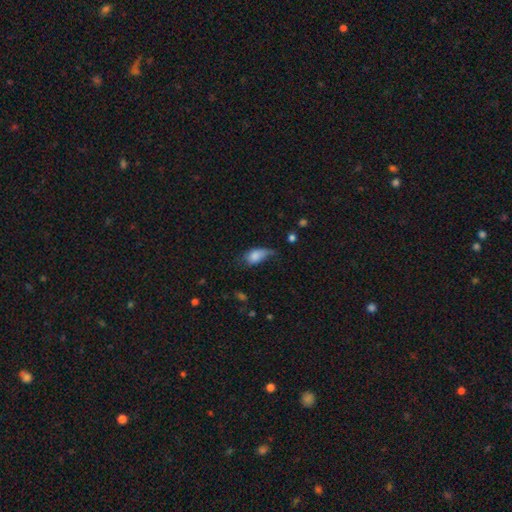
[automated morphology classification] Smooth or featured? Predicted: smooth (p=0.79). How rounded? Predicted: in between (p=0.89). Merging? Predicted: minor disturbance (p=0.42).